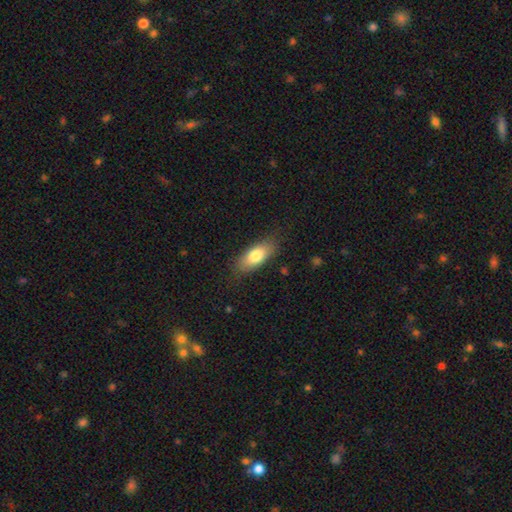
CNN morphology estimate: A smooth galaxy with no disk features (77%) that is in between round and cigar-shaped (82%).

Vote fractions:
- Smooth or featured? smooth: 77% / featured or disk: 16% / star or artifact: 7%
- How rounded? in between: 82% / cigar-shaped: 15% / round: 3%
- Merging? none: 82% / minor disturbance: 14% / major disturbance: 4% / merger: 1%